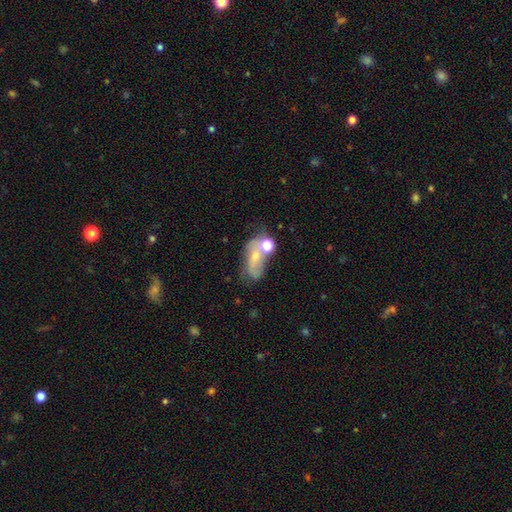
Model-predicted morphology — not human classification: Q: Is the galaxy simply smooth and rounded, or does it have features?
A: featured or disk — 45%.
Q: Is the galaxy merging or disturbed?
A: merger — 31%.